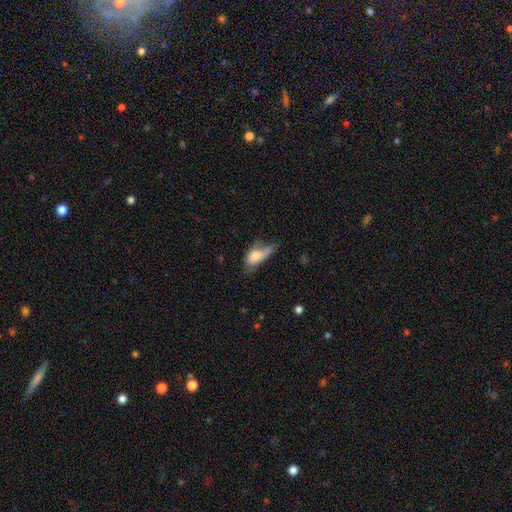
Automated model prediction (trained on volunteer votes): Smooth or featured? smooth (66%)
How rounded? in between (86%)
Merging? minor disturbance (34%)